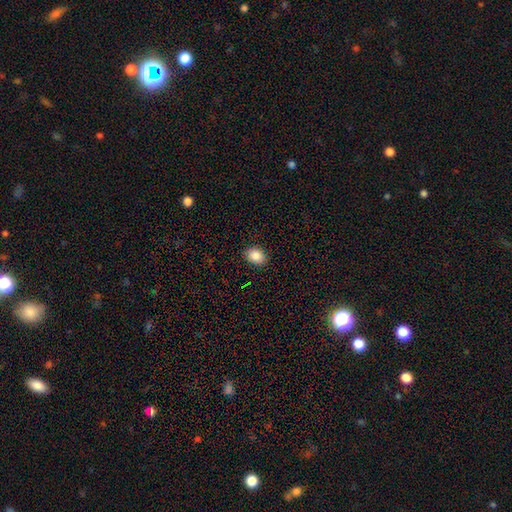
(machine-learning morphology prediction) A smooth galaxy with no disk features (86%) that is in between round and cigar-shaped (62%).

Vote fractions:
- Smooth or featured? smooth: 86% / star or artifact: 9% / featured or disk: 5%
- How rounded? in between: 62% / round: 37% / cigar-shaped: 1%
- Merging? none: 89% / minor disturbance: 8% / major disturbance: 2% / merger: 1%